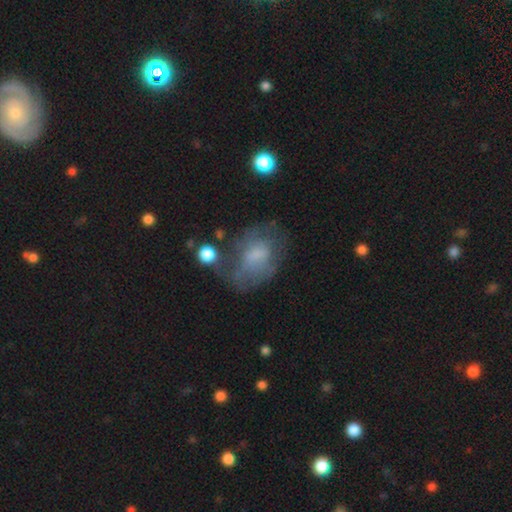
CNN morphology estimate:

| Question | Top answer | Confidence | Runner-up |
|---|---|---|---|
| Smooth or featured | smooth | 47% | featured or disk (42%) |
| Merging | none | 45% | minor disturbance (25%) |